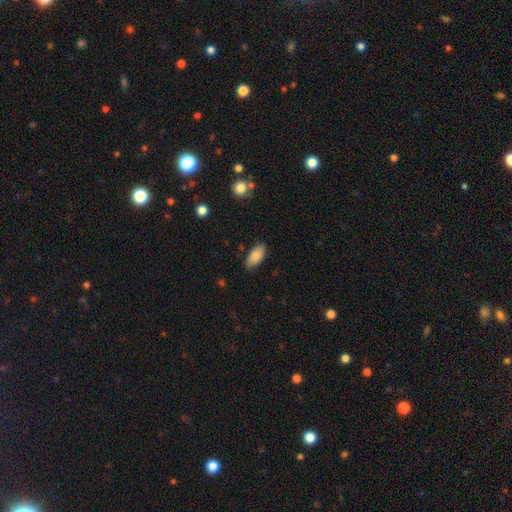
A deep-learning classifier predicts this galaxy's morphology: smooth_or_featured: smooth (p=0.85) [alt: featured or disk p=0.09]
how_rounded: in between (p=0.90) [alt: cigar-shaped p=0.08]
merging: none (p=0.84) [alt: minor disturbance p=0.13]